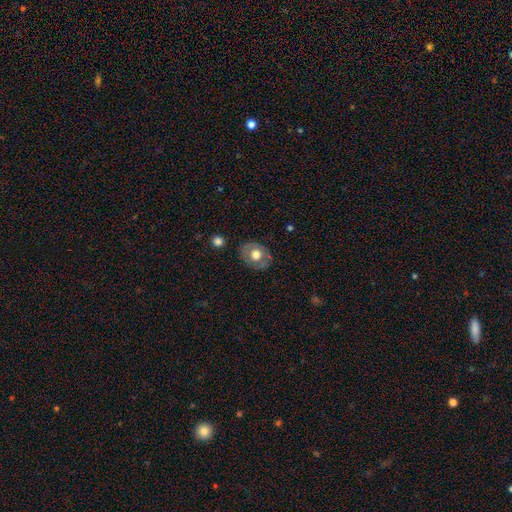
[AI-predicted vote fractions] The model was most divided on "how rounded": round: 52%, in between: 48%, cigar-shaped: 1%. More confident: merging — none (82%); smooth or featured — smooth (58%).